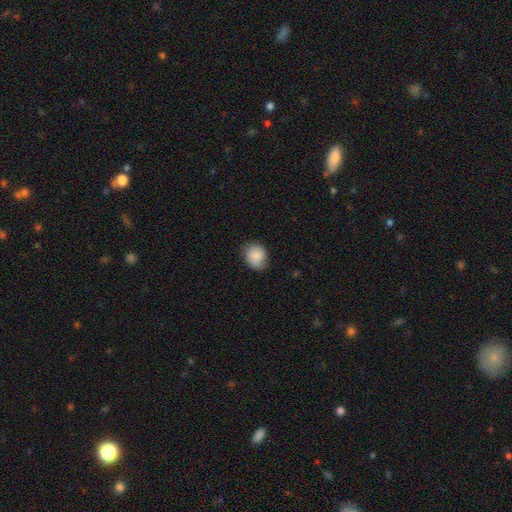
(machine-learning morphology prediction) smooth-or-featured: smooth: 84% | featured or disk: 9% | star or artifact: 7%
  how-rounded: round: 56% | in between: 43% | cigar-shaped: 1%
  merging: none: 70% | minor disturbance: 24% | major disturbance: 5% | merger: 1%